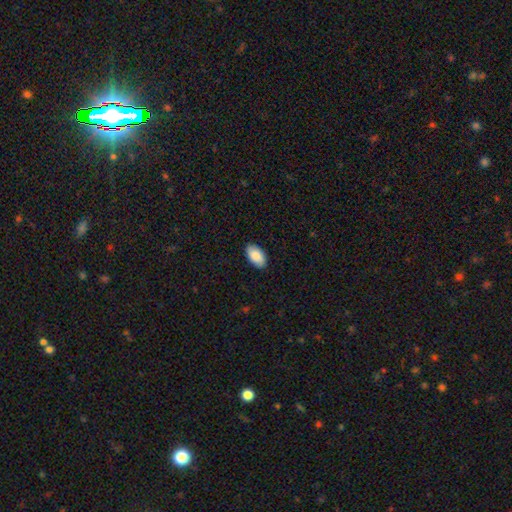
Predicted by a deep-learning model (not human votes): Smooth or featured?
  - smooth: 88% *
  - featured or disk: 6%
  - star or artifact: 6%
How rounded?
  - in between: 95% *
  - round: 3%
  - cigar-shaped: 1%
Merging?
  - none: 89% *
  - minor disturbance: 8%
  - major disturbance: 2%
  - merger: 1%